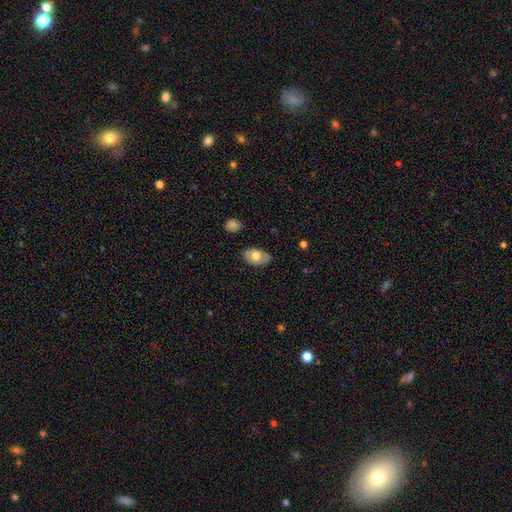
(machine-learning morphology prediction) Overall: smooth (66%; featured or disk 28%). How rounded: in between (89%). Merging: none (78%).